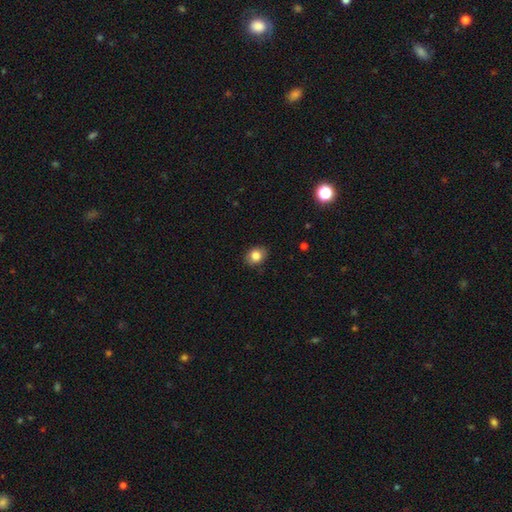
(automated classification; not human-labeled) A smooth galaxy with no disk features (84%) that is round (50%). Merging: none (86%).